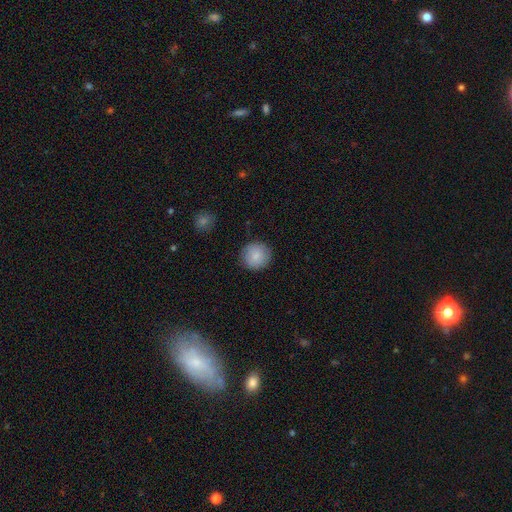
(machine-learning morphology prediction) type=smooth (87%); roundness=round (93%); merging=none (90%).